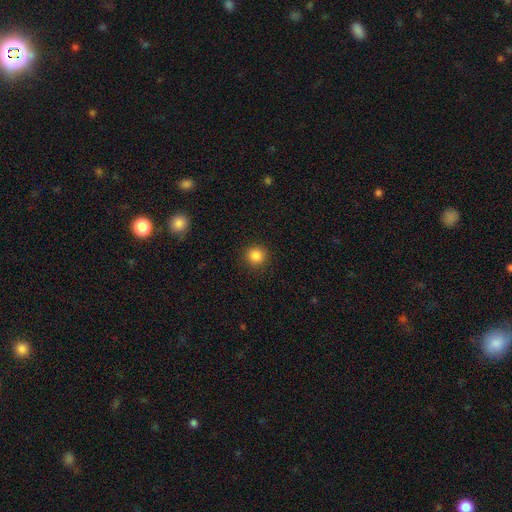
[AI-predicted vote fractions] Overall: smooth (86%). How rounded: round (94%). Merging: none (91%).